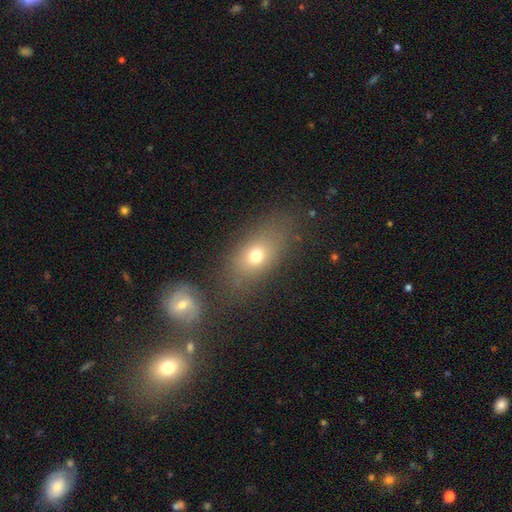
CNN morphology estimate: Smooth or featured?
  - smooth: 69% *
  - featured or disk: 17%
  - star or artifact: 14%
How rounded?
  - in between: 73% *
  - round: 21%
  - cigar-shaped: 6%
Merging?
  - none: 71% *
  - minor disturbance: 14%
  - merger: 8%
  - major disturbance: 7%